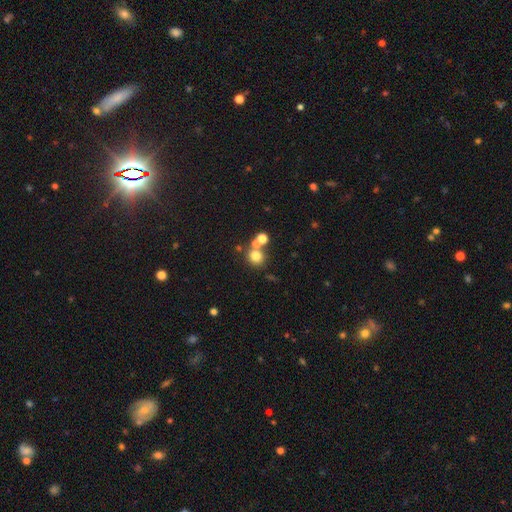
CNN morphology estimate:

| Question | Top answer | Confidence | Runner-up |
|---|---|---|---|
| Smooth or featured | smooth | 73% | star or artifact (17%) |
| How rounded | round | 84% | in between (15%) |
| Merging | none | 59% | merger (29%) |